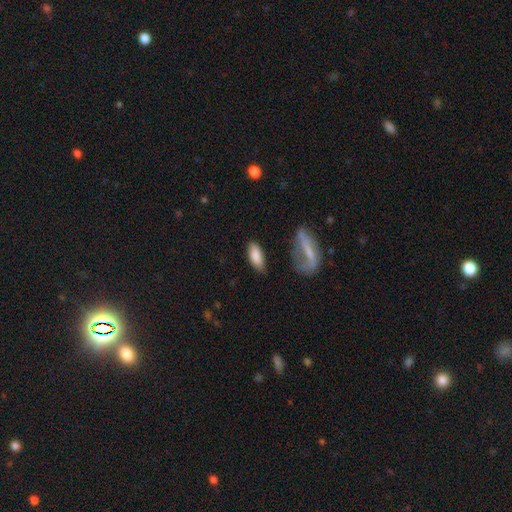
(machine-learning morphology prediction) type=smooth (84%); roundness=in between (80%); merging=none (70%).